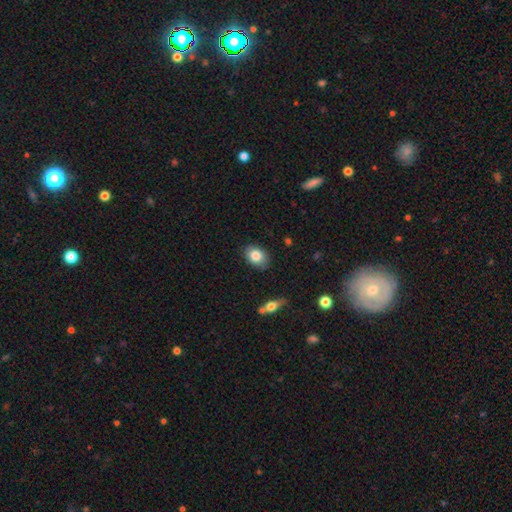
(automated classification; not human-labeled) Q: Smooth or featured?
A: smooth (82%); runner-up: featured or disk (10%)
Q: How rounded?
A: in between (71%); runner-up: round (28%)
Q: Merging?
A: none (84%); runner-up: minor disturbance (12%)